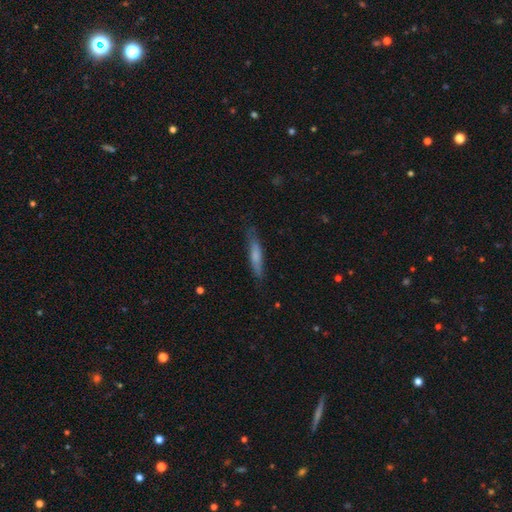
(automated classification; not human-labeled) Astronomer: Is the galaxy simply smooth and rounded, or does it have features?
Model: smooth — 61%.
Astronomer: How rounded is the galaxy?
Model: cigar-shaped — 88%.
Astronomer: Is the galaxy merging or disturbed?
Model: none — 80%.